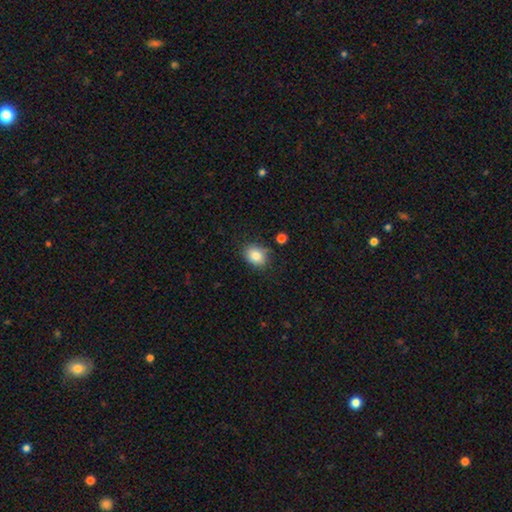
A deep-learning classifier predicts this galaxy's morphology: Smooth or featured: smooth — 84% (star or artifact — 9%)
How rounded: in between — 62% (round — 37%)
Merging: none — 75% (minor disturbance — 17%)